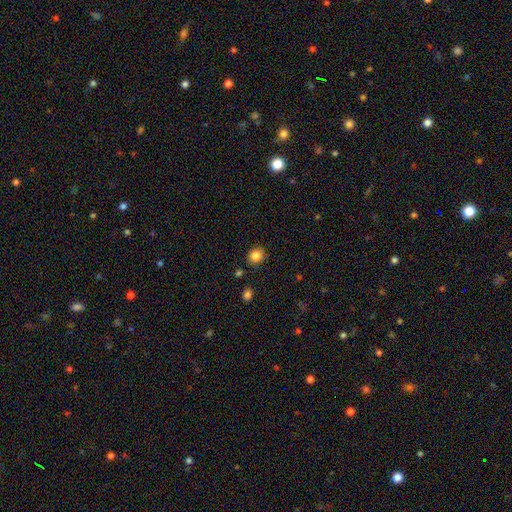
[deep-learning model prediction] A smooth galaxy with no disk features (84%) that is round (75%). Merging: none (86%).